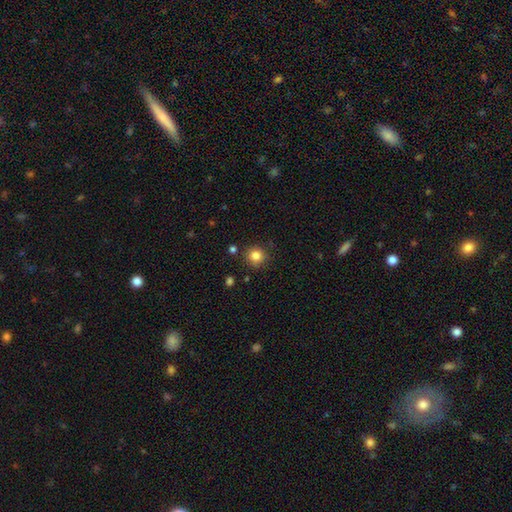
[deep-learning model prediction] The model was most divided on "smooth or featured": smooth: 84%, star or artifact: 11%, featured or disk: 5%. More confident: how rounded — round (92%); merging — none (86%).